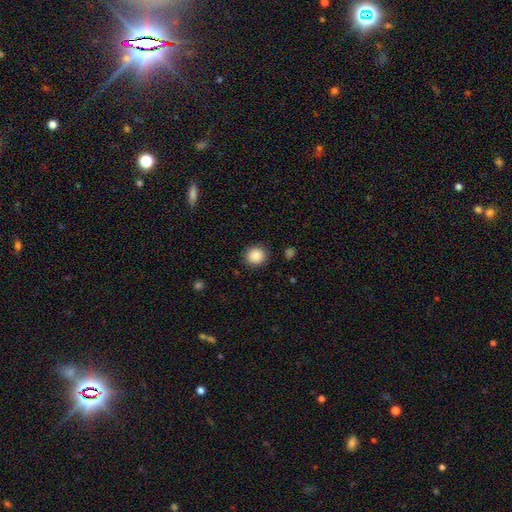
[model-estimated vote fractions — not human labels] smooth_or_featured: smooth (p=0.88) [alt: star or artifact p=0.09]
how_rounded: round (p=0.89) [alt: in between p=0.10]
merging: none (p=0.88) [alt: minor disturbance p=0.08]